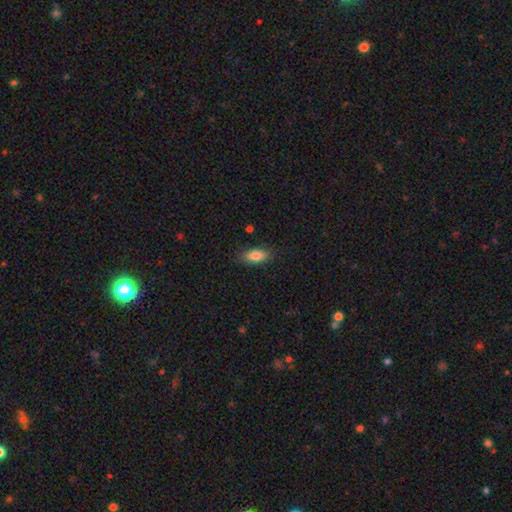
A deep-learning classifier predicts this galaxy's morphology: Q: Smooth or featured?
A: smooth (82%); runner-up: featured or disk (10%)
Q: How rounded?
A: in between (82%); runner-up: cigar-shaped (14%)
Q: Merging?
A: none (85%); runner-up: minor disturbance (11%)